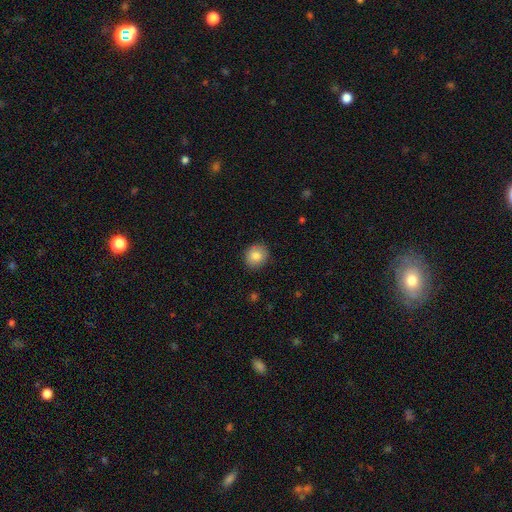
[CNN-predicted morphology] smooth_or_featured: smooth (p=0.83) [alt: star or artifact p=0.09]
how_rounded: round (p=0.80) [alt: in between p=0.19]
merging: none (p=0.90) [alt: minor disturbance p=0.08]